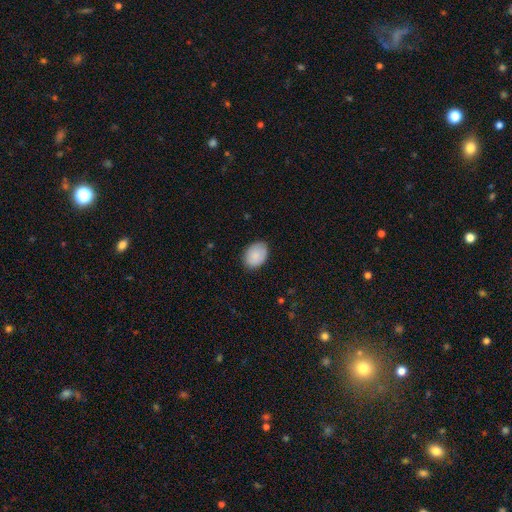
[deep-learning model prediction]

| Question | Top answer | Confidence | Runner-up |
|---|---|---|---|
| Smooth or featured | smooth | 87% | star or artifact (6%) |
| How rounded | in between | 74% | round (25%) |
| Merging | none | 83% | minor disturbance (13%) |